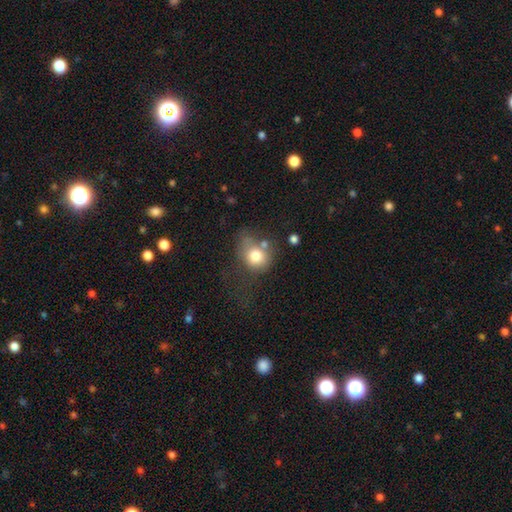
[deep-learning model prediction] Smooth or featured? smooth (76%)
How rounded? round (67%)
Merging? none (35%)